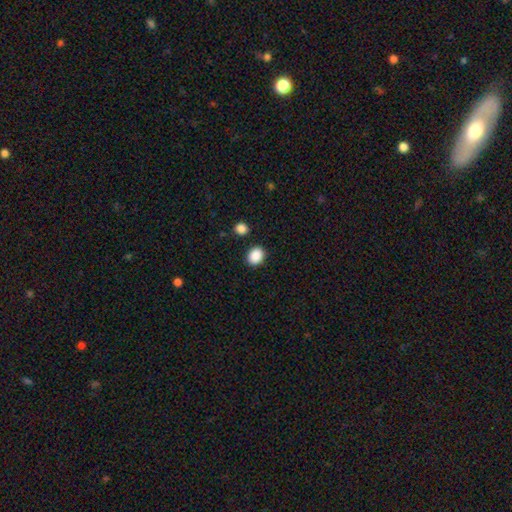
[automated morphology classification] A smooth galaxy with no disk features (89%) that is round (54%). Merging: none (87%).